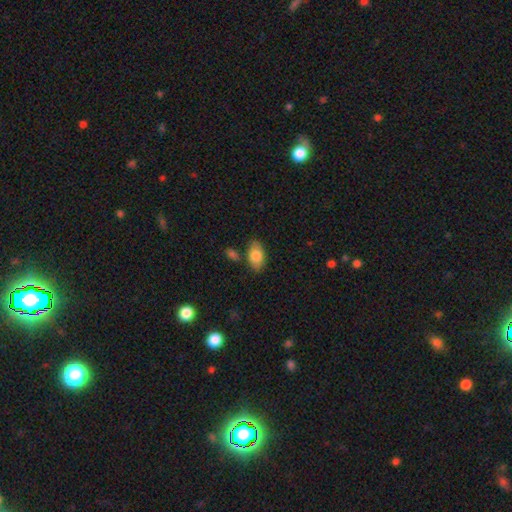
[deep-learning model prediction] Overall: smooth (81%). How rounded: in between (92%). Merging: none (79%).